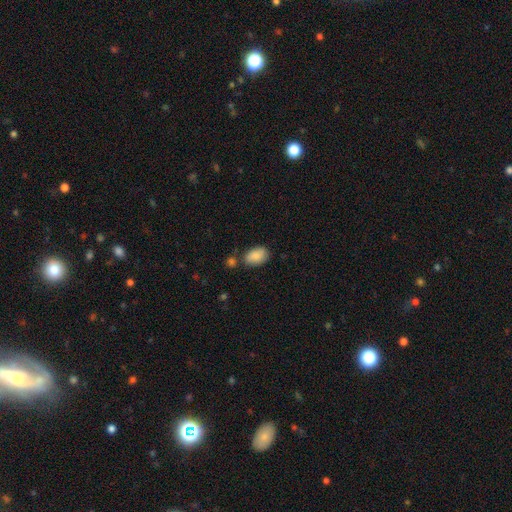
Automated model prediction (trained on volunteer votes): Morphology: type=smooth (87%); roundness=in between (90%); merging=none (66%).